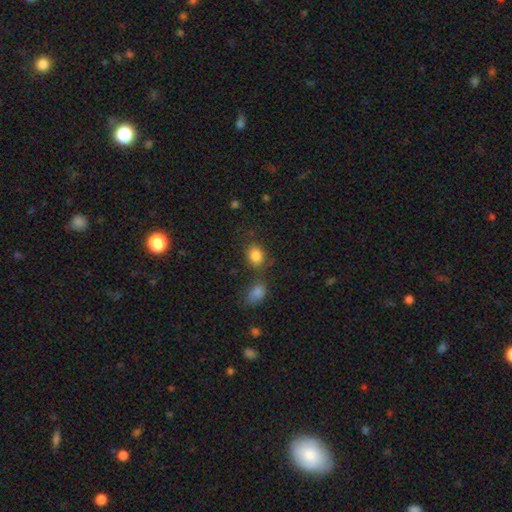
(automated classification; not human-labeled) Smooth or featured: smooth — 84% (star or artifact — 10%)
How rounded: round — 55% (in between — 44%)
Merging: none — 65% (merger — 15%)